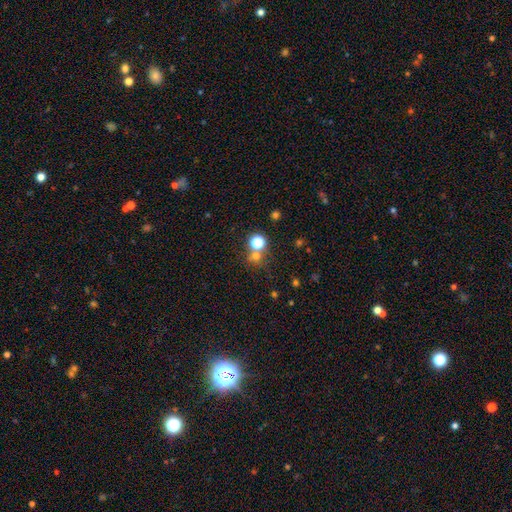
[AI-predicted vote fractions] Smooth or featured? Predicted: smooth (p=0.63). How rounded? Predicted: round (p=0.87). Merging? Predicted: none (p=0.62).